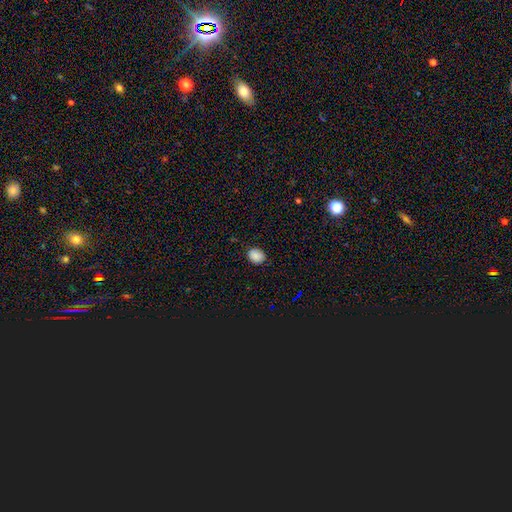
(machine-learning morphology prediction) Smooth or featured? Predicted: smooth (p=0.86). How rounded? Predicted: in between (p=0.50). Merging? Predicted: none (p=0.83).